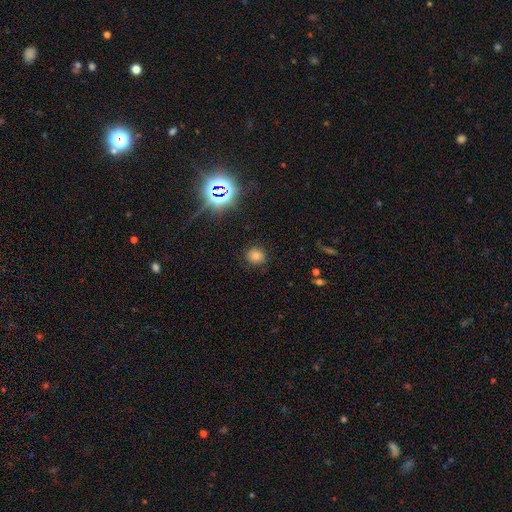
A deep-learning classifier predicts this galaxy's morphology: Smooth or featured? Predicted: smooth (p=0.71). How rounded? Predicted: round (p=0.82). Merging? Predicted: none (p=0.85).